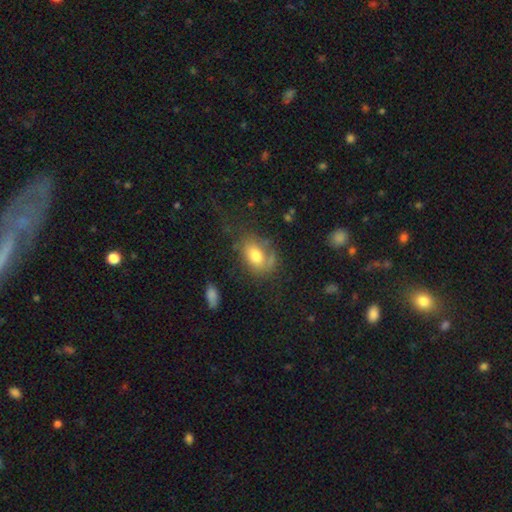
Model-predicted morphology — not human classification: A smooth galaxy with no disk features (64%) that is in between round and cigar-shaped (78%). Merging: none (50%).